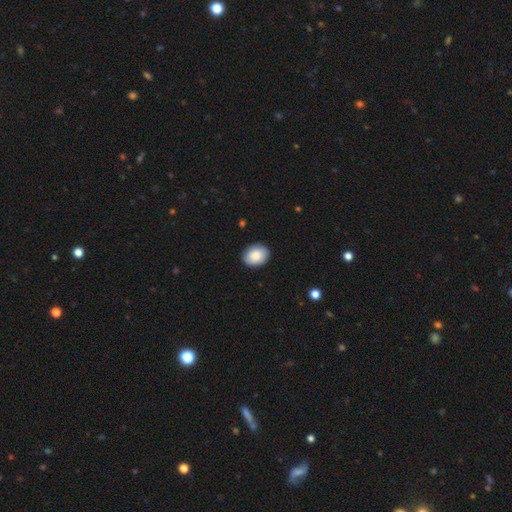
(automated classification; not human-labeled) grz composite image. It shows a smooth galaxy with no disk features (88%) that is in between round and cigar-shaped (66%). Merging: none (88%).